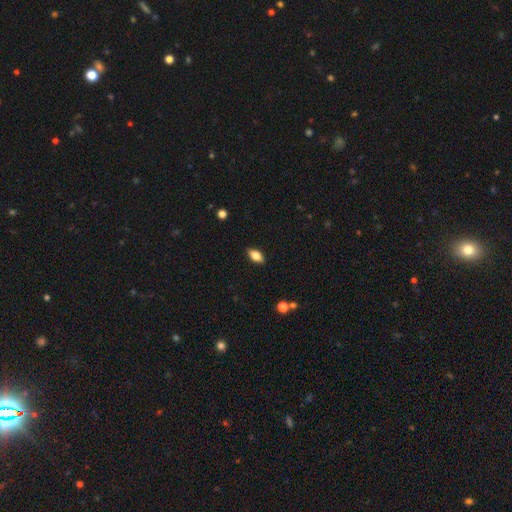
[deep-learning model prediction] Morphology: type=smooth (78%); roundness=in between (89%); merging=none (88%).